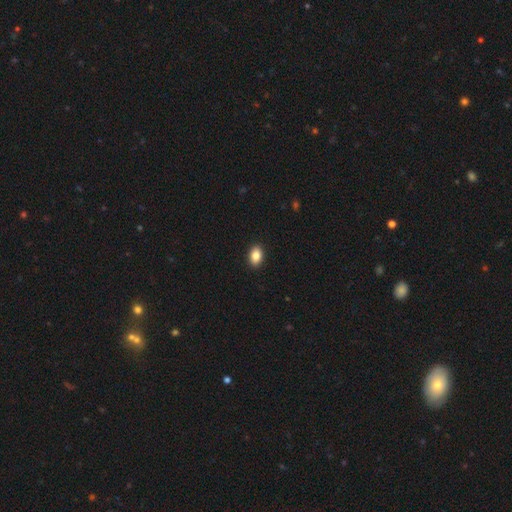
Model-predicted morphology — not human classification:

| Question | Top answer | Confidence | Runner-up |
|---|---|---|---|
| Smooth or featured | smooth | 86% | star or artifact (8%) |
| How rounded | in between | 86% | round (13%) |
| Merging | none | 92% | minor disturbance (6%) |